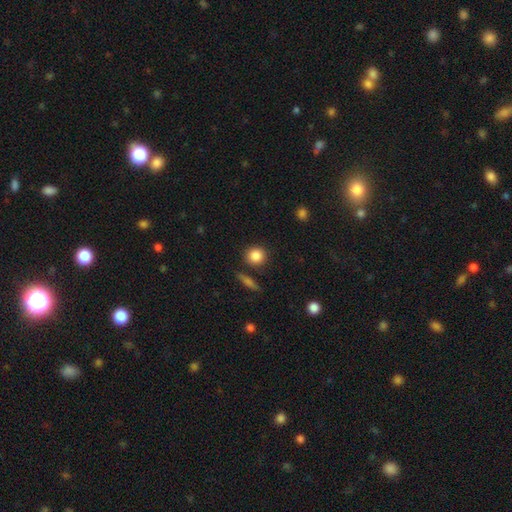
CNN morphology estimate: Smooth or featured? Predicted: smooth (p=0.86). How rounded? Predicted: round (p=0.86). Merging? Predicted: none (p=0.84).